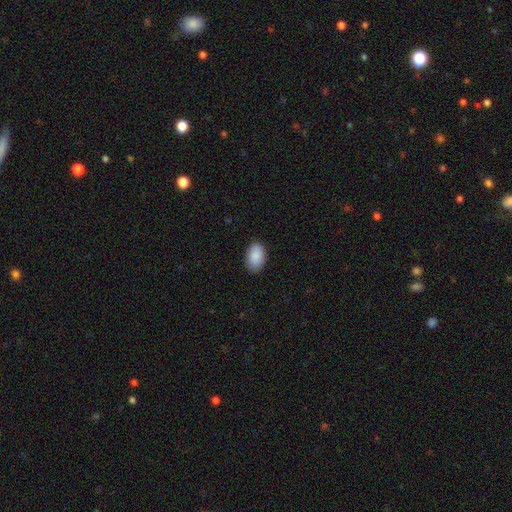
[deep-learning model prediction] Smooth or featured? smooth (90%)
How rounded? in between (92%)
Merging? none (86%)